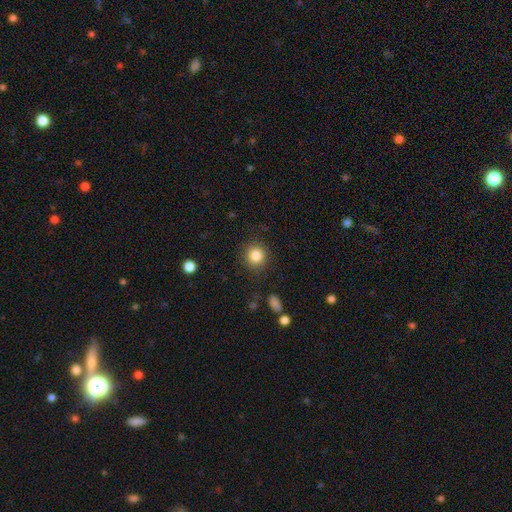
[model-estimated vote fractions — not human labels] smooth-or-featured: smooth: 84% | star or artifact: 10% | featured or disk: 6%
  how-rounded: round: 91% | in between: 8% | cigar-shaped: 1%
  merging: none: 88% | minor disturbance: 8% | major disturbance: 3% | merger: 1%